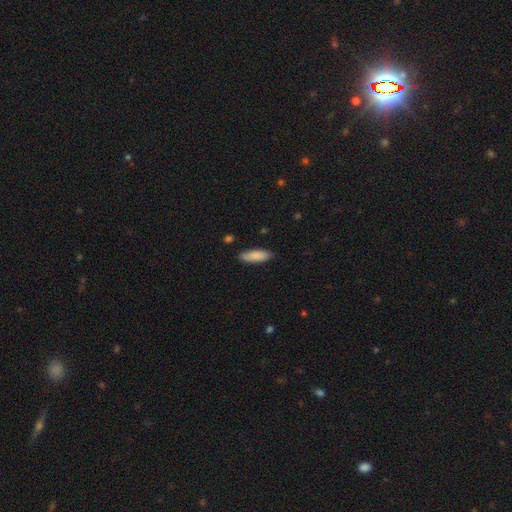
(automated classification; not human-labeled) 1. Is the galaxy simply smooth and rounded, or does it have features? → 87% smooth, 7% featured or disk, 6% star or artifact.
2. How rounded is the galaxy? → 60% in between, 38% cigar-shaped, 1% round.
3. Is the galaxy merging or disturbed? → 84% none, 13% minor disturbance, 2% major disturbance, 1% merger.